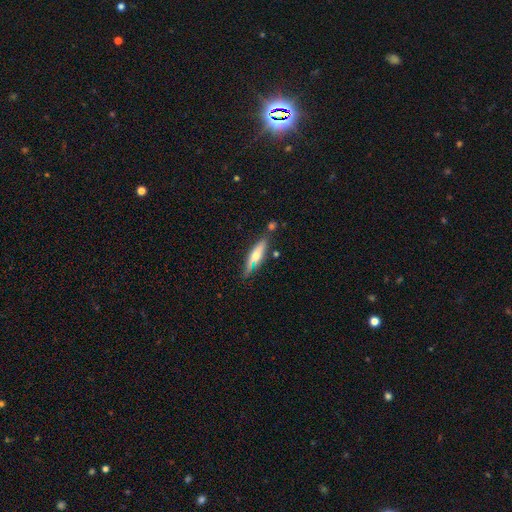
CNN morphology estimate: Smooth or featured?
  - featured or disk: 53% *
  - smooth: 40%
  - star or artifact: 7%
Edge-on disk?
  - yes: 91% *
  - no: 9%
Merging?
  - none: 75% *
  - minor disturbance: 15%
  - merger: 7%
  - major disturbance: 3%